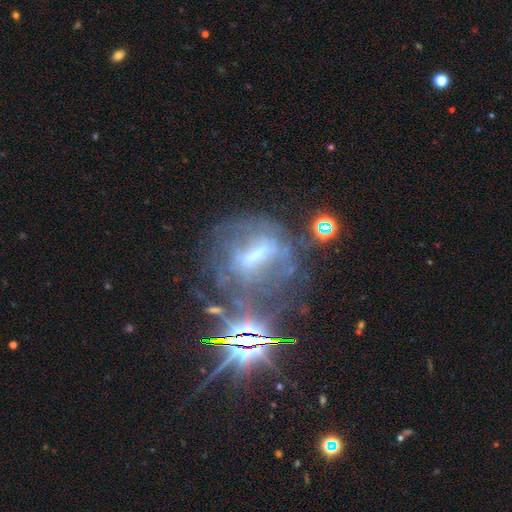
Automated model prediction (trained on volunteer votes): This appears to be a featured or disk galaxy (58%). Merging: none (50%).